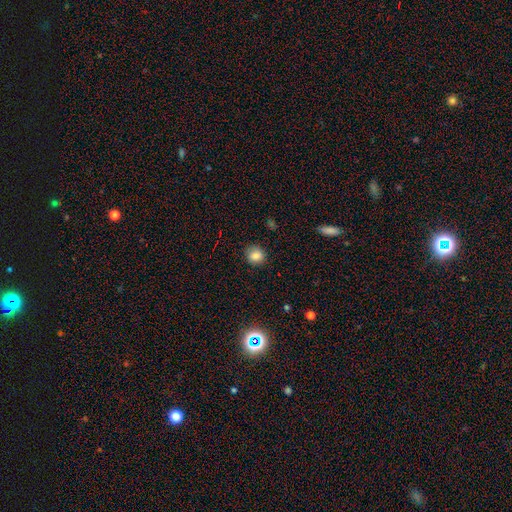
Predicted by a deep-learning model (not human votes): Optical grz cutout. It shows a smooth galaxy with no disk features (83%) that is round (81%). Merging: none (83%).